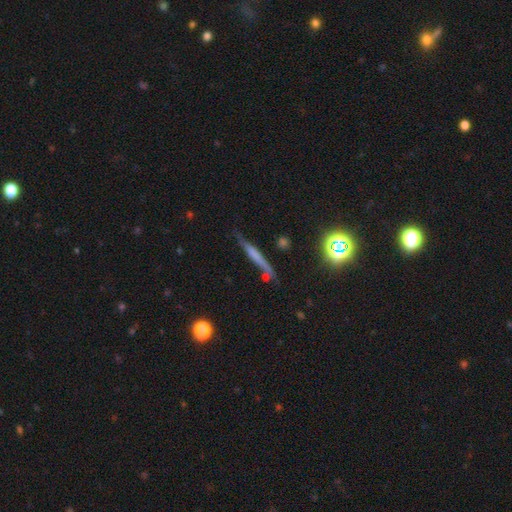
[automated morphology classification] Overall: featured or disk (47%; smooth 40%). Merging: none (69%).